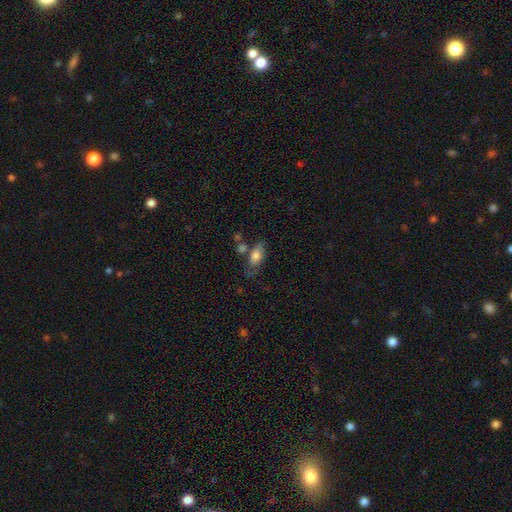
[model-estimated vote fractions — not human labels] Overall: smooth (72%). How rounded: in between (84%). Merging: none (53%; minor disturbance 23%).